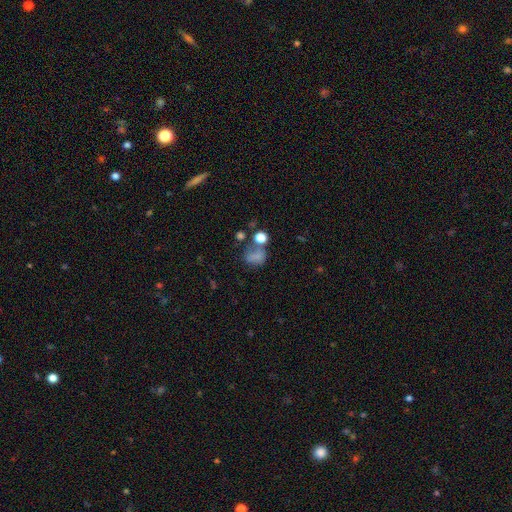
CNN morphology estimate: smooth 69%, star or artifact 18%, featured or disk 13%. Down the decision tree: how rounded — round (50%); merging — none (36%).